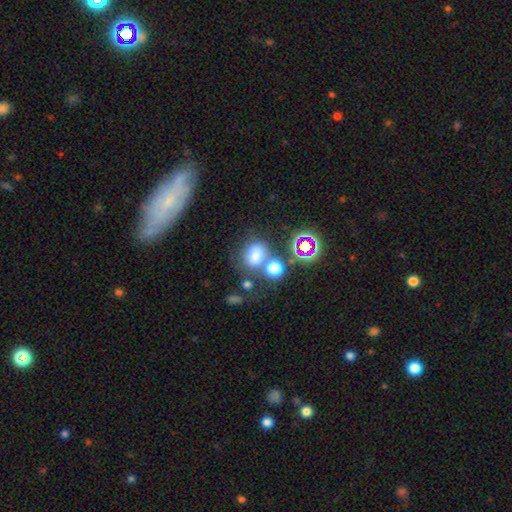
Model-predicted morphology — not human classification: Q: Smooth or featured?
A: smooth (69%); runner-up: star or artifact (20%)
Q: How rounded?
A: round (53%); runner-up: in between (46%)
Q: Merging?
A: none (47%); runner-up: merger (31%)